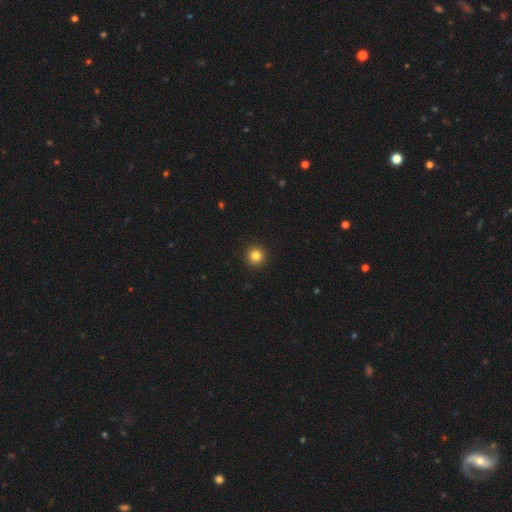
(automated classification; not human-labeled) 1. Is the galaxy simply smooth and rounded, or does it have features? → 83% smooth, 12% star or artifact, 6% featured or disk.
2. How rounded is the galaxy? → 96% round, 3% in between, 1% cigar-shaped.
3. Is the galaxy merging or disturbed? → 93% none, 4% minor disturbance, 1% major disturbance, 1% merger.